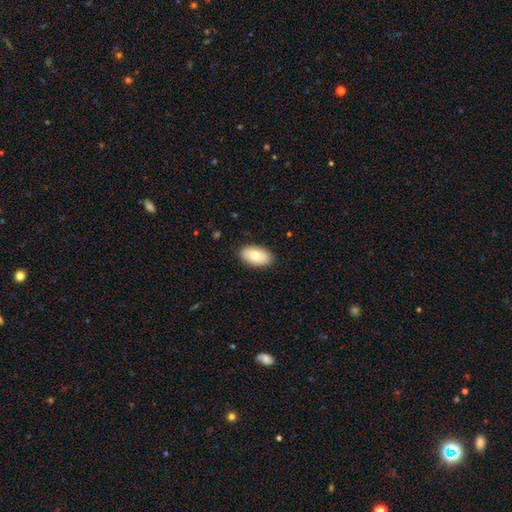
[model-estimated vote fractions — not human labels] Smooth or featured? smooth (80%)
How rounded? in between (95%)
Merging? none (89%)